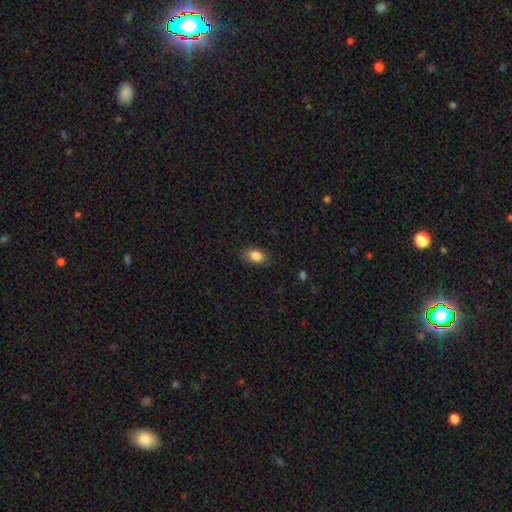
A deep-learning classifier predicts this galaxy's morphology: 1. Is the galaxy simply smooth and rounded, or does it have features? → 86% smooth, 8% star or artifact, 5% featured or disk.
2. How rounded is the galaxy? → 81% in between, 17% round, 2% cigar-shaped.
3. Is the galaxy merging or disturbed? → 83% none, 13% minor disturbance, 3% major disturbance, 1% merger.